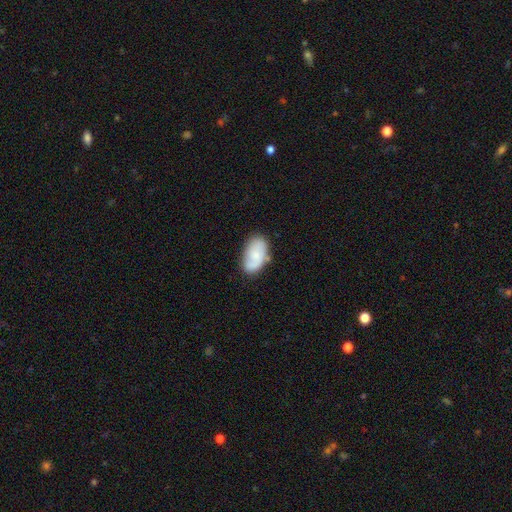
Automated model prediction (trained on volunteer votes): smooth_or_featured: smooth (p=0.65) [alt: featured or disk p=0.28]
how_rounded: in between (p=0.93) [alt: round p=0.05]
merging: none (p=0.65) [alt: minor disturbance p=0.24]